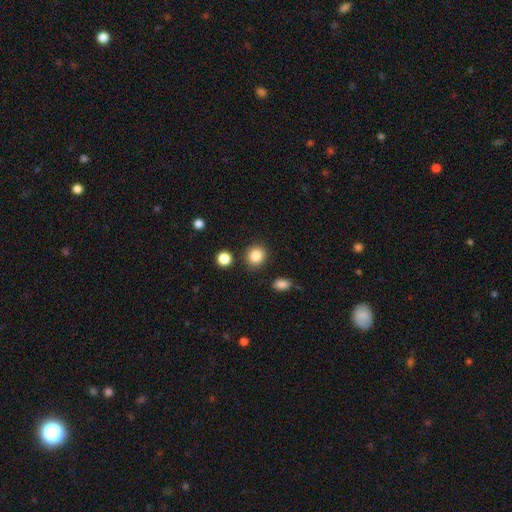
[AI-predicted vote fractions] Smooth or featured? smooth (86%)
How rounded? round (82%)
Merging? none (87%)